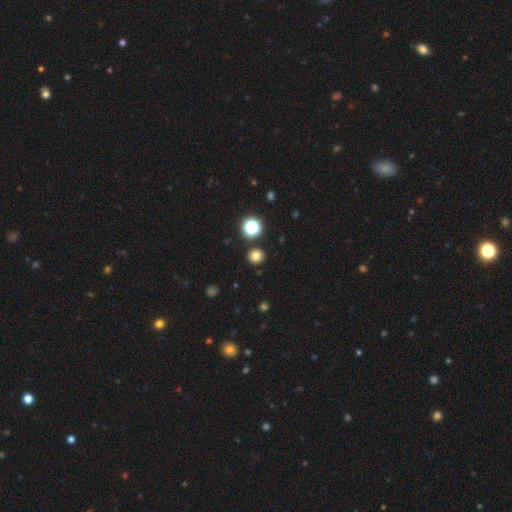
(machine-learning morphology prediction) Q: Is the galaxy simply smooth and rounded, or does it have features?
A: smooth — 79%.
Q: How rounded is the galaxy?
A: round — 92%.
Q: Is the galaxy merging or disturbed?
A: none — 90%.